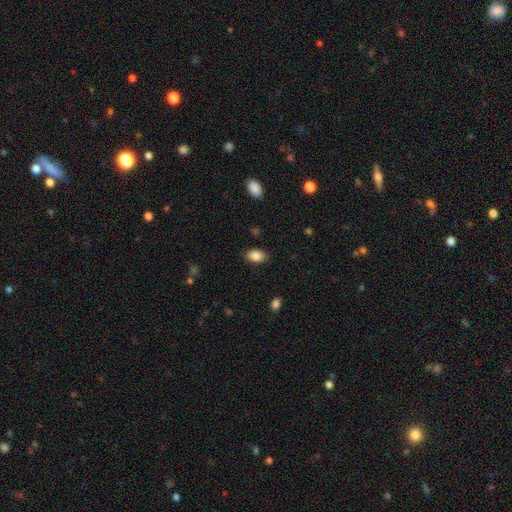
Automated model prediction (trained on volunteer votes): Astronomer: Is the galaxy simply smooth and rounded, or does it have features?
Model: smooth — 86%.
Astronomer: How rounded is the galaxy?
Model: in between — 90%.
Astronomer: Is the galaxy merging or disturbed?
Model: none — 85%.